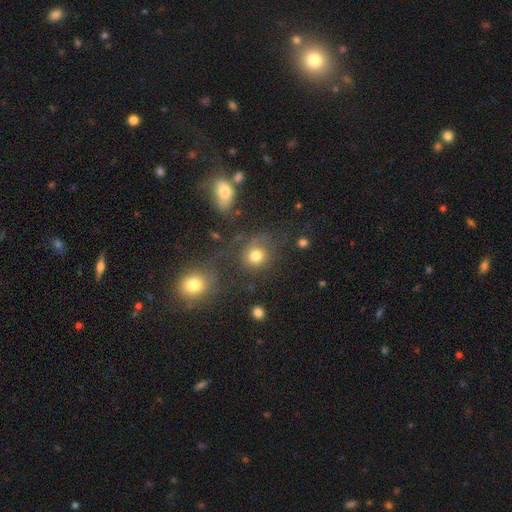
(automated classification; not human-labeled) Smooth or featured?
  - smooth: 70% *
  - featured or disk: 16%
  - star or artifact: 14%
How rounded?
  - round: 78% *
  - in between: 21%
  - cigar-shaped: 1%
Merging?
  - none: 55% *
  - minor disturbance: 17%
  - major disturbance: 17%
  - merger: 10%